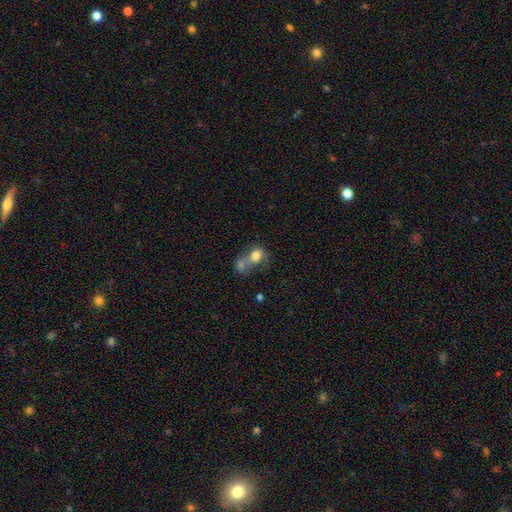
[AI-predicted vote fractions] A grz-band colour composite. It shows a smooth galaxy with no disk features (75%) that is in between round and cigar-shaped (49%, tied with round). Merging: merger (66%).